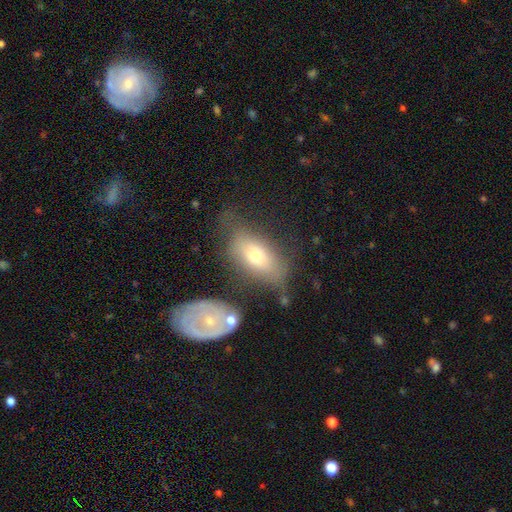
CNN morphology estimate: A smooth galaxy with no disk features (56%) that is in between round and cigar-shaped (86%).

Vote fractions:
- Smooth or featured? smooth: 56% / featured or disk: 36% / star or artifact: 9%
- How rounded? in between: 86% / cigar-shaped: 8% / round: 6%
- Merging? none: 49% / minor disturbance: 25% / major disturbance: 14% / merger: 12%